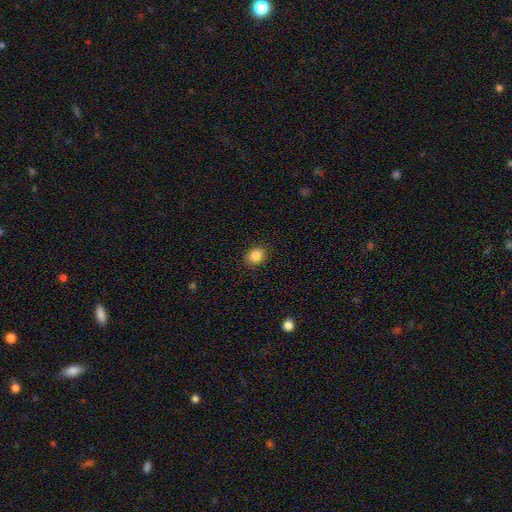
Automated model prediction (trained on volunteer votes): smooth-or-featured: smooth: 86% | star or artifact: 10% | featured or disk: 4%
  how-rounded: round: 58% | in between: 41% | cigar-shaped: 1%
  merging: none: 88% | minor disturbance: 8% | major disturbance: 2% | merger: 1%